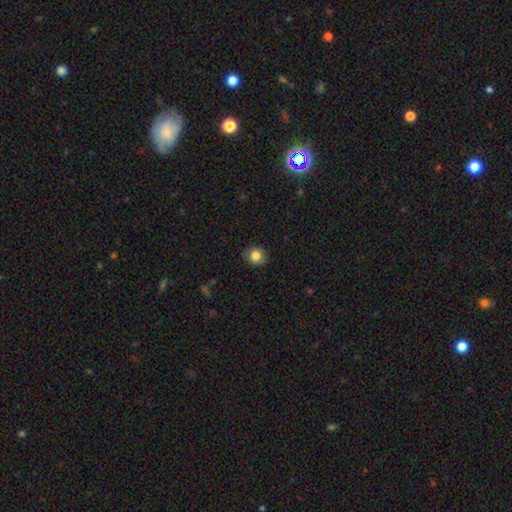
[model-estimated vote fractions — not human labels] Q: Smooth or featured?
A: smooth (84%); runner-up: star or artifact (10%)
Q: How rounded?
A: round (84%); runner-up: in between (15%)
Q: Merging?
A: none (89%); runner-up: minor disturbance (8%)